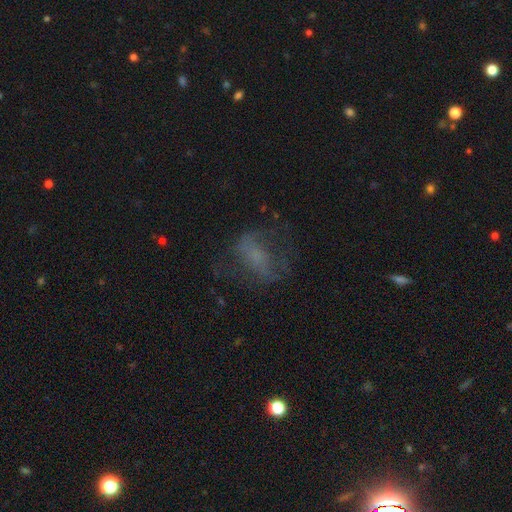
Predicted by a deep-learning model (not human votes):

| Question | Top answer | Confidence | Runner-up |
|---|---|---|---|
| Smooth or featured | featured or disk | 43% | smooth (38%) |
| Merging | none | 50% | major disturbance (29%) |